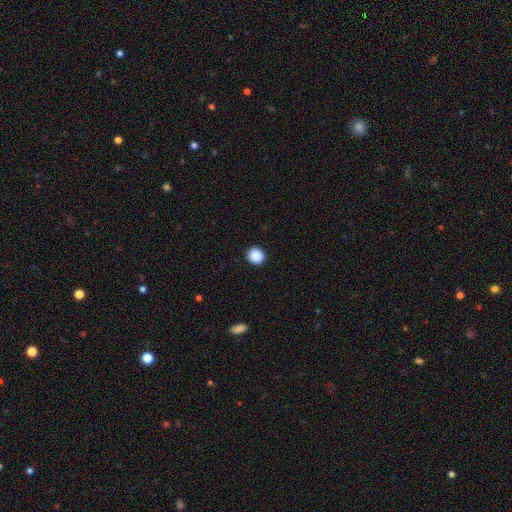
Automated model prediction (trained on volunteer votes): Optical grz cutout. It shows a smooth galaxy with no disk features (89%) that is round (89%). Merging: none (92%).